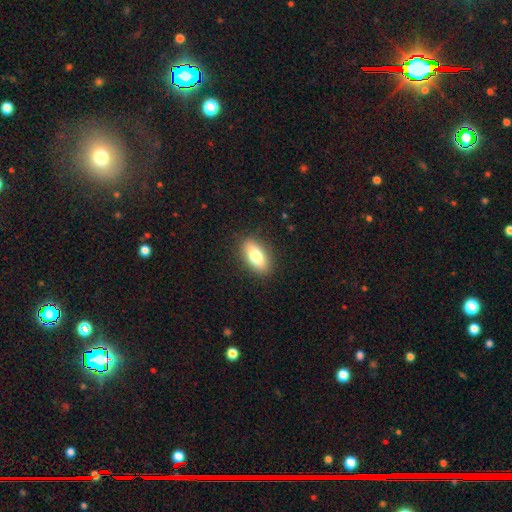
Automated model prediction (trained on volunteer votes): Smooth or featured?
  - smooth: 79% *
  - featured or disk: 14%
  - star or artifact: 7%
How rounded?
  - in between: 86% *
  - cigar-shaped: 10%
  - round: 4%
Merging?
  - none: 87% *
  - minor disturbance: 9%
  - major disturbance: 3%
  - merger: 1%